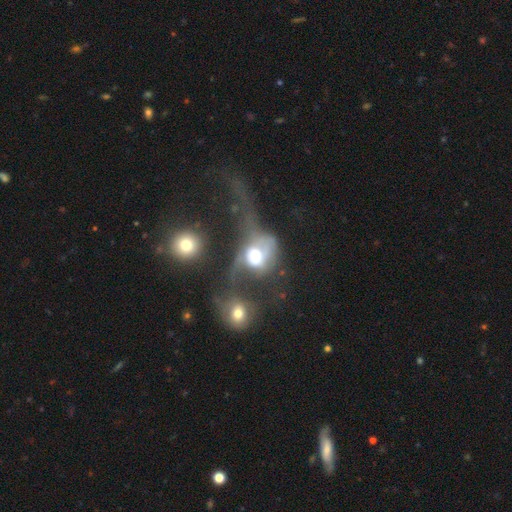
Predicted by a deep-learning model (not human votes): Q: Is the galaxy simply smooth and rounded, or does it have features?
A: featured or disk — 52%.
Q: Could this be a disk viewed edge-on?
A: no — 93%.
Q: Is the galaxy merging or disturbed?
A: major disturbance — 42%.